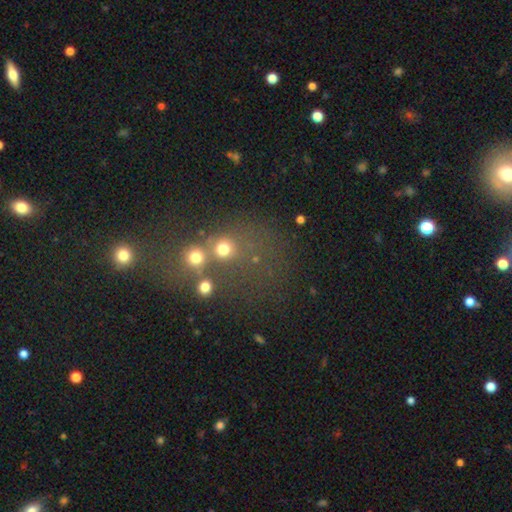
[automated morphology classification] A star or artifact, not a galaxy (45%).

Vote fractions:
- Smooth or featured? star or artifact: 45% / smooth: 38% / featured or disk: 16%